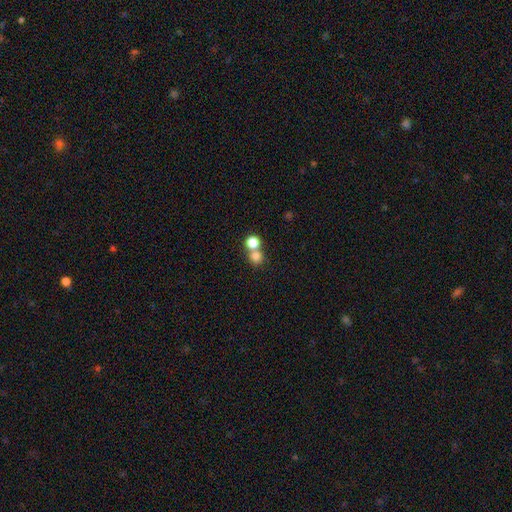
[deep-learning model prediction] This appears to be a smooth galaxy with no disk features (78%) that is round (88%). Merging: none (49%).